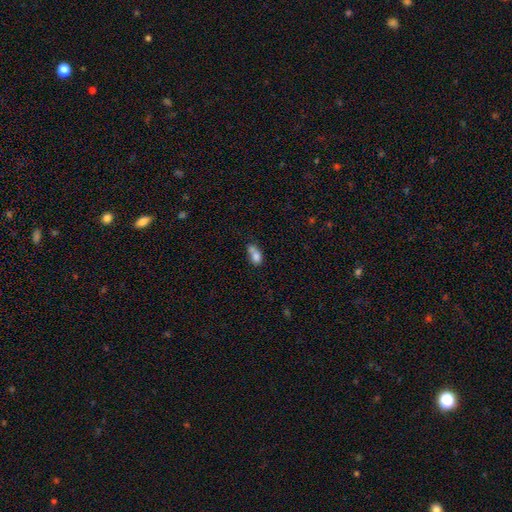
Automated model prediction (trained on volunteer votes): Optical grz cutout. It shows a smooth galaxy with no disk features (75%) that is in between round and cigar-shaped (73%). Merging: merger (46%).